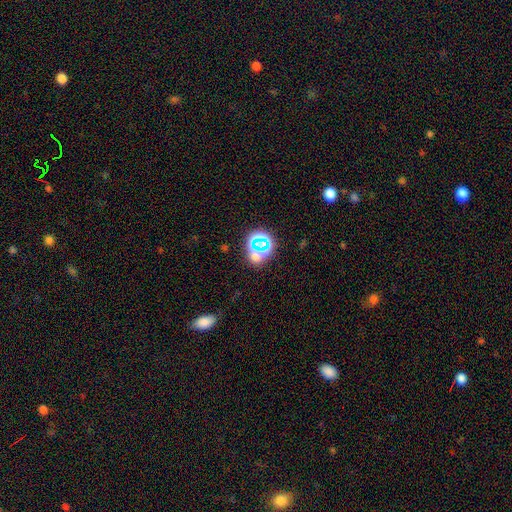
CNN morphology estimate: smooth-or-featured: star or artifact: 56% | smooth: 32% | featured or disk: 12%